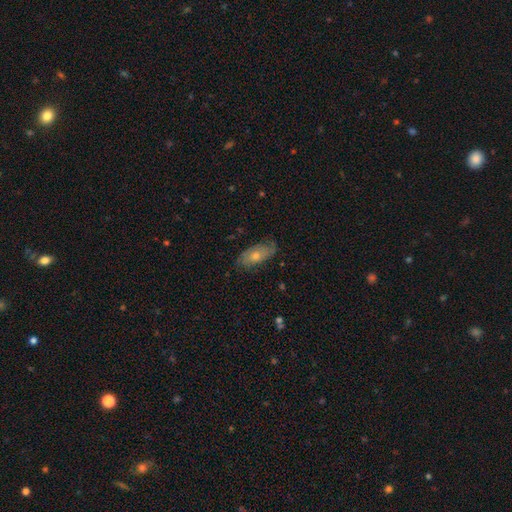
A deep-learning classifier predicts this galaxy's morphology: smooth_or_featured: featured or disk (p=0.58) [alt: smooth p=0.32]
disk_edge_on: no (p=0.84) [alt: yes p=0.16]
merging: none (p=0.80) [alt: minor disturbance p=0.15]